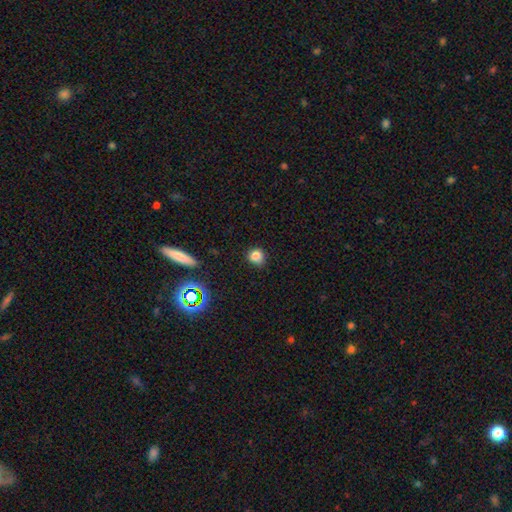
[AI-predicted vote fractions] Morphology: type=smooth (81%); roundness=round (82%); merging=none (79%).